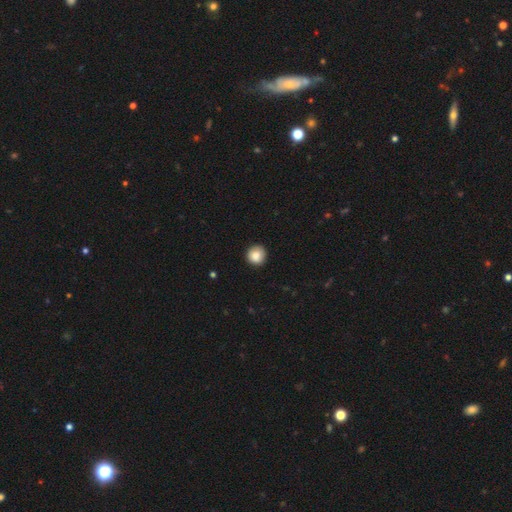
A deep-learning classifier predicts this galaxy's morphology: A smooth galaxy with no disk features (86%) that is round (94%). Merging: none (90%).